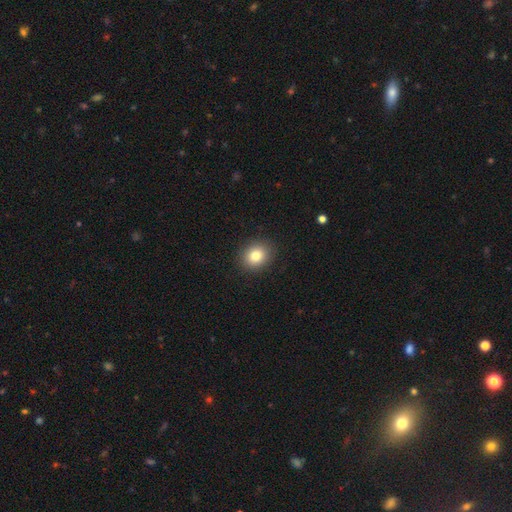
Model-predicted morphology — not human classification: Smooth or featured? Predicted: smooth (p=0.82). How rounded? Predicted: round (p=0.64). Merging? Predicted: none (p=0.90).